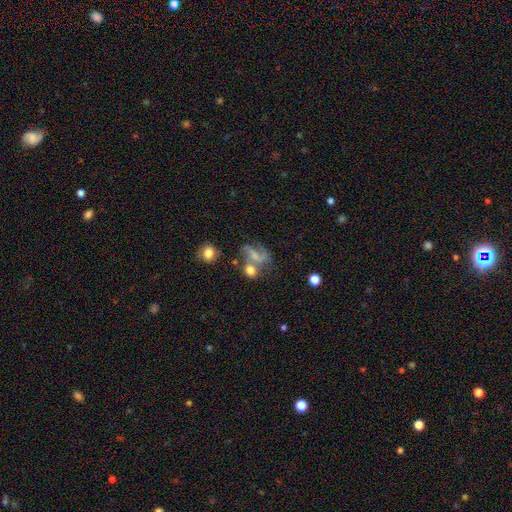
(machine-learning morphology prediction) Q: Smooth or featured?
A: featured or disk (53%); runner-up: smooth (33%)
Q: Edge-on disk?
A: no (96%); runner-up: yes (4%)
Q: Bar?
A: no (50%); runner-up: weak (35%)
Q: Spiral arms?
A: yes (75%); runner-up: no (25%)
Q: Bulge size?
A: small (36%); runner-up: none (31%)
Q: Merging?
A: merger (31%); runner-up: none (30%)